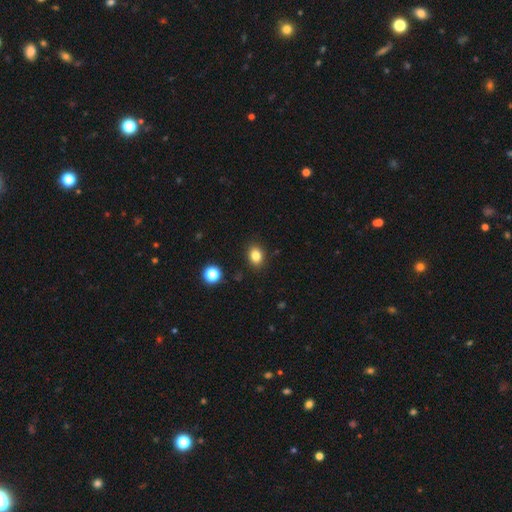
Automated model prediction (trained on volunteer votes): Q: Smooth or featured?
A: smooth (83%); runner-up: star or artifact (11%)
Q: How rounded?
A: in between (61%); runner-up: round (38%)
Q: Merging?
A: none (88%); runner-up: minor disturbance (8%)